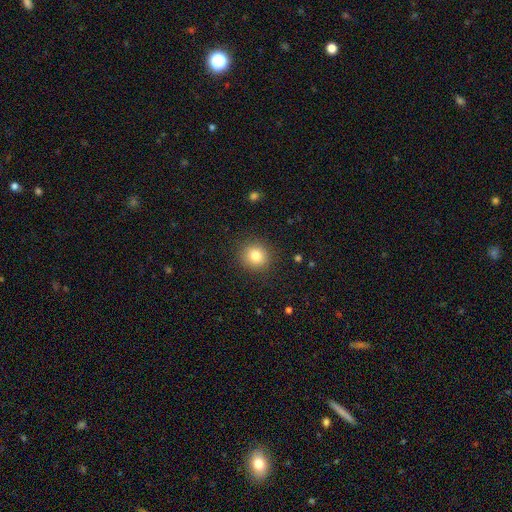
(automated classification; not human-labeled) Smooth or featured? smooth (81%)
How rounded? round (89%)
Merging? none (89%)